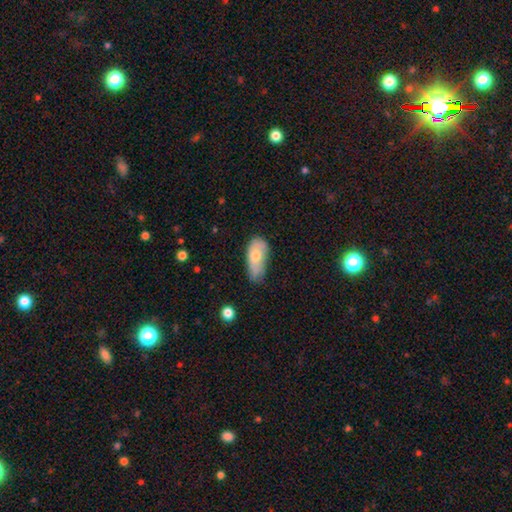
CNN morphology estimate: Overall: smooth (68%). How rounded: in between (87%). Merging: minor disturbance (44%; none 35%).